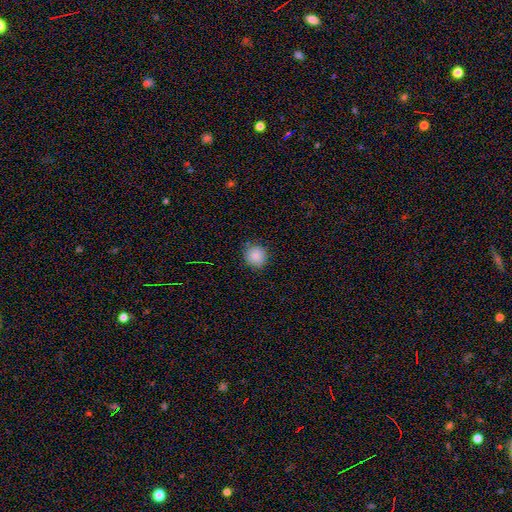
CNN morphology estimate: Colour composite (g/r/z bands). It shows a smooth galaxy with no disk features (86%) that is round (90%). Merging: none (86%).